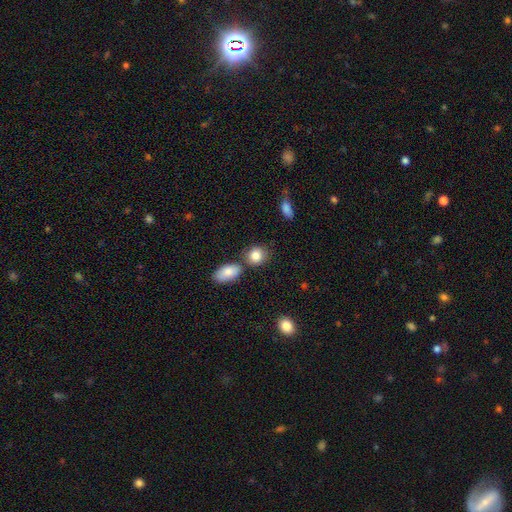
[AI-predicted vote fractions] Smooth or featured?
  - smooth: 85% *
  - star or artifact: 8%
  - featured or disk: 7%
How rounded?
  - round: 60% *
  - in between: 38%
  - cigar-shaped: 2%
Merging?
  - none: 65% *
  - merger: 19%
  - minor disturbance: 12%
  - major disturbance: 4%